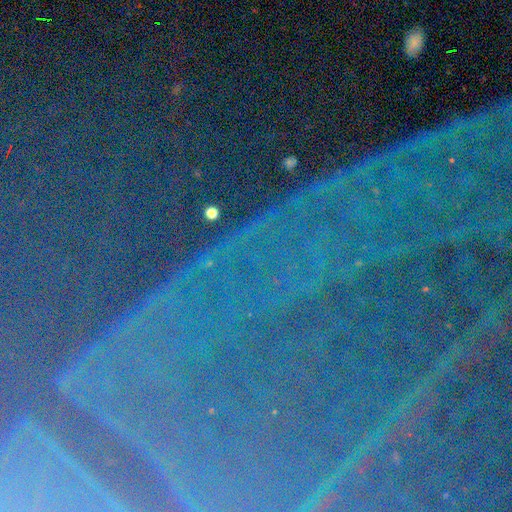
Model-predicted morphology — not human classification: The model was most divided on "smooth or featured": star or artifact: 87%, featured or disk: 7%, smooth: 6%.